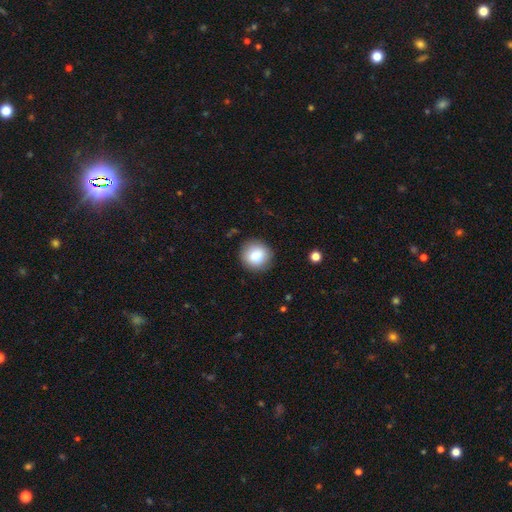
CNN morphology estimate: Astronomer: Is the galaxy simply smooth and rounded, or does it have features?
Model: smooth — 81%.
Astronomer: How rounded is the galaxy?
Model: round — 93%.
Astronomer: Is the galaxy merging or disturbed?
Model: none — 89%.